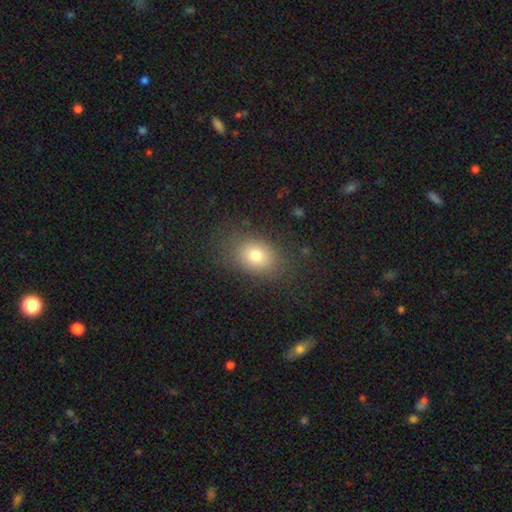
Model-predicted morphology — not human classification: A smooth galaxy with no disk features (77%) that is in between round and cigar-shaped (66%).

Vote fractions:
- Smooth or featured? smooth: 77% / star or artifact: 12% / featured or disk: 11%
- How rounded? in between: 66% / round: 33% / cigar-shaped: 1%
- Merging? none: 81% / minor disturbance: 12% / major disturbance: 6% / merger: 1%